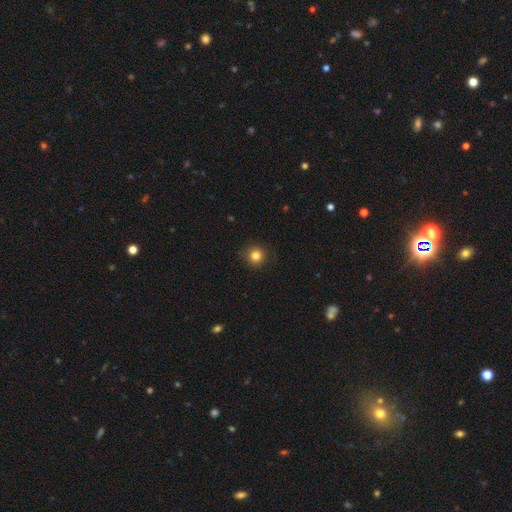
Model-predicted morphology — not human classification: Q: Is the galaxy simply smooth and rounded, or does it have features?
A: smooth — 83%.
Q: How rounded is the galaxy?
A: round — 93%.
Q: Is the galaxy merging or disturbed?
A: none — 90%.